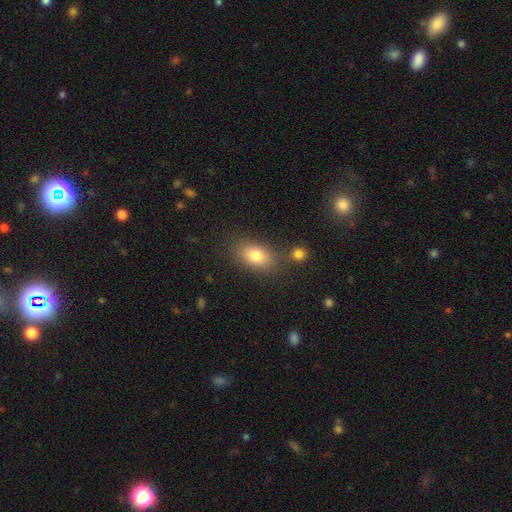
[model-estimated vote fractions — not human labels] smooth 81%, featured or disk 10%, star or artifact 9%. Down the decision tree: how rounded — in between (84%); merging — none (72%).